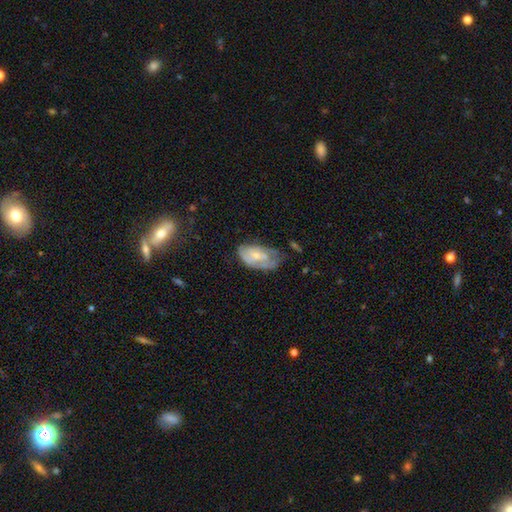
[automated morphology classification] Smooth or featured?
  - featured or disk: 54% *
  - smooth: 38%
  - star or artifact: 7%
Edge-on disk?
  - no: 94% *
  - yes: 6%
Bar?
  - no: 73% *
  - weak: 22%
  - strong: 4%
Spiral arms?
  - yes: 57% *
  - no: 43%
Bulge size?
  - small: 64% *
  - moderate: 27%
  - none: 6%
  - large: 2%
  - dominant: 1%
Merging?
  - none: 39% *
  - minor disturbance: 33%
  - major disturbance: 23%
  - merger: 4%